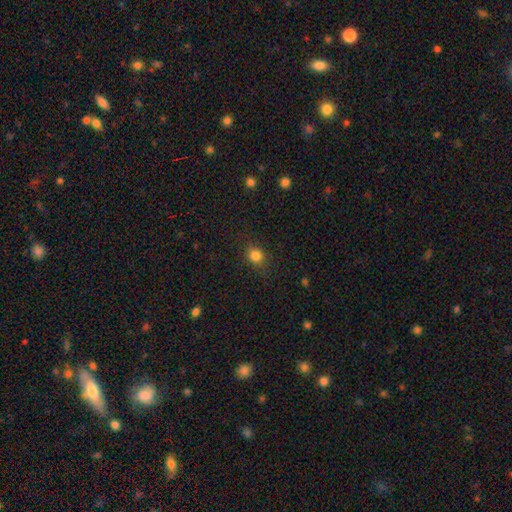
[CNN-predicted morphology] smooth 83%, star or artifact 12%, featured or disk 4%. Down the decision tree: how rounded — round (76%); merging — none (83%).